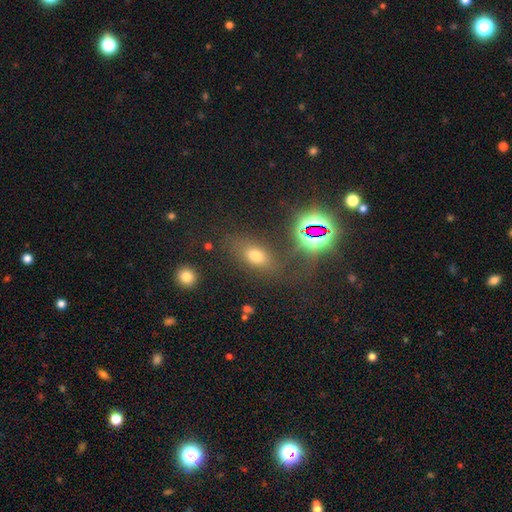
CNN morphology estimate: A smooth galaxy with no disk features (65%) that is in between round and cigar-shaped (77%).

Vote fractions:
- Smooth or featured? smooth: 65% / star or artifact: 22% / featured or disk: 13%
- How rounded? in between: 77% / round: 16% / cigar-shaped: 7%
- Merging? none: 71% / minor disturbance: 15% / major disturbance: 8% / merger: 6%